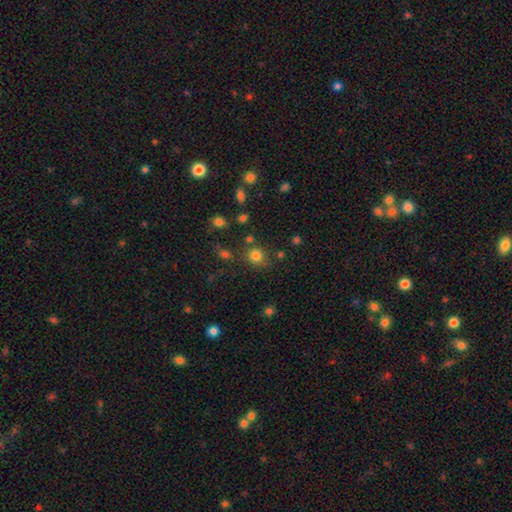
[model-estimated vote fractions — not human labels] Q: Smooth or featured?
A: smooth (79%); runner-up: star or artifact (15%)
Q: How rounded?
A: round (87%); runner-up: in between (12%)
Q: Merging?
A: none (77%); runner-up: minor disturbance (11%)